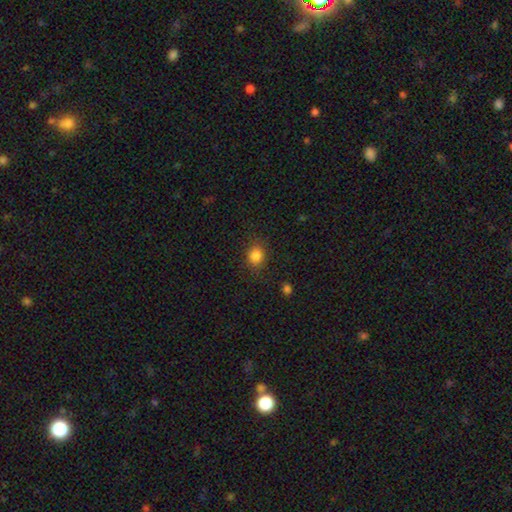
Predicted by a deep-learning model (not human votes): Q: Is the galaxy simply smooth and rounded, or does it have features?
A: smooth — 84%.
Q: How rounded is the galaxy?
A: round — 65%.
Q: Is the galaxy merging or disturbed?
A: none — 84%.